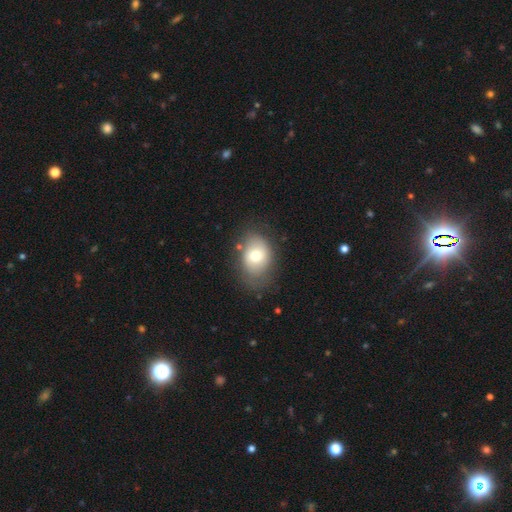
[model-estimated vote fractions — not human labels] Smooth or featured? smooth (71%)
How rounded? in between (73%)
Merging? none (67%)